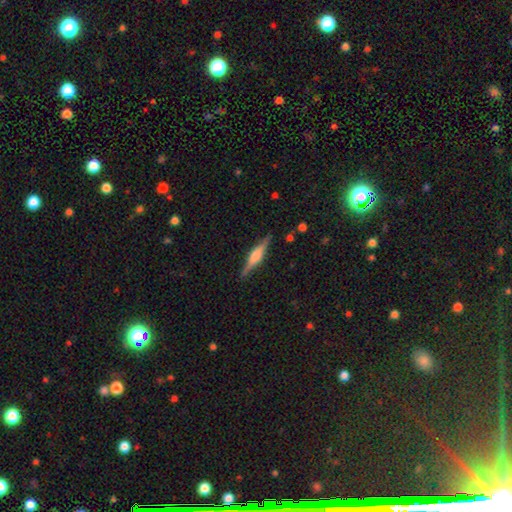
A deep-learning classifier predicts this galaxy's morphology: A featured or disk galaxy (69%) viewed edge-on (98%) with a rounded central bulge (63%). Merging: none (88%).